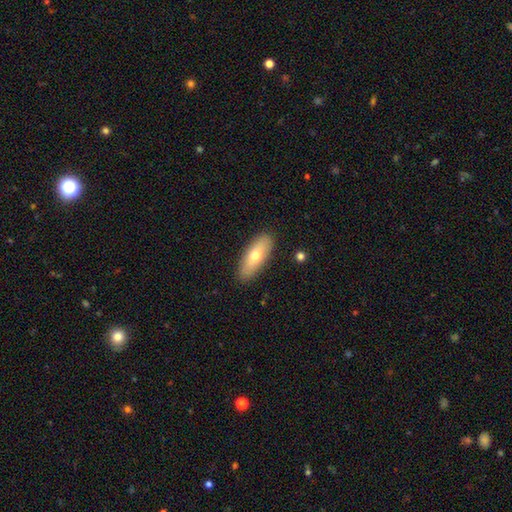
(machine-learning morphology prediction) A smooth galaxy with no disk features (68%) that is in between round and cigar-shaped (67%).

Vote fractions:
- Smooth or featured? smooth: 68% / featured or disk: 26% / star or artifact: 6%
- How rounded? in between: 67% / cigar-shaped: 31% / round: 3%
- Merging? none: 88% / minor disturbance: 8% / major disturbance: 2% / merger: 1%